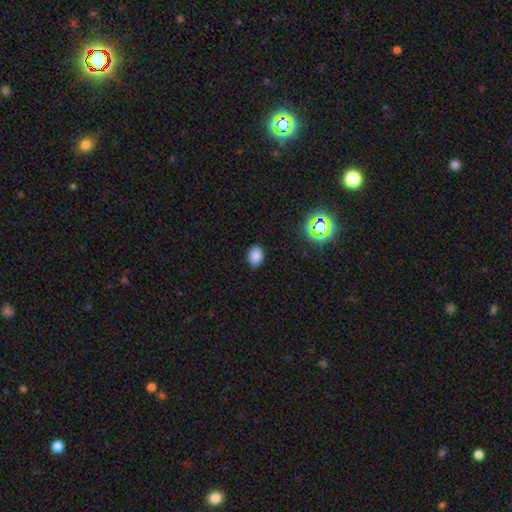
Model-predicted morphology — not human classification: A smooth galaxy with no disk features (82%) that is in between round and cigar-shaped (72%). Merging: none (86%).